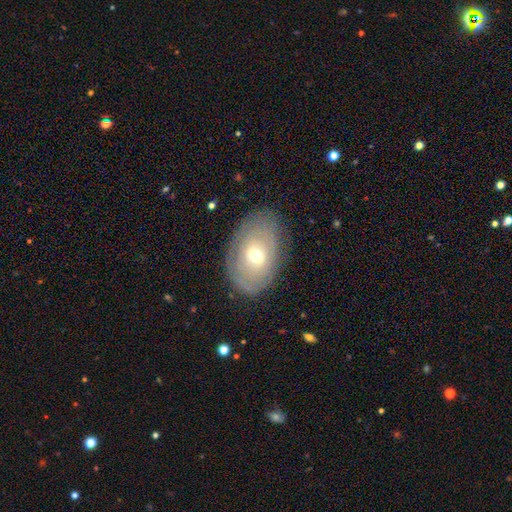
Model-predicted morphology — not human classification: Smooth or featured? Predicted: featured or disk (p=0.48). Merging? Predicted: none (p=0.80).